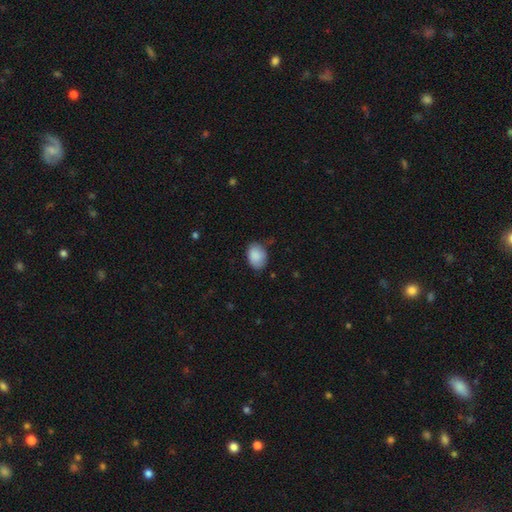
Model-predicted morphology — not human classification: A smooth galaxy with no disk features (88%) that is in between round and cigar-shaped (79%). Merging: none (72%).